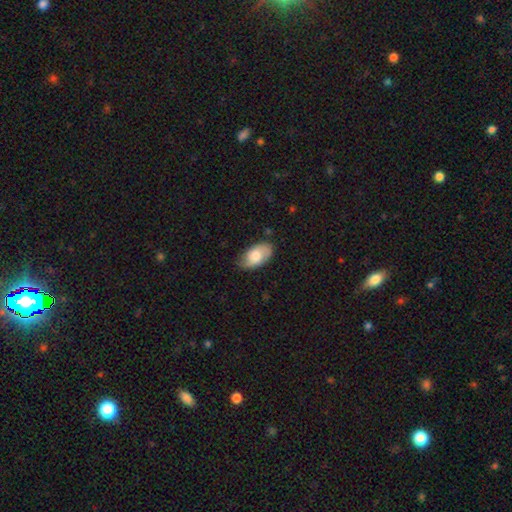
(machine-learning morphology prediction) smooth_or_featured: smooth (p=0.64) [alt: featured or disk p=0.30]
how_rounded: in between (p=0.93) [alt: round p=0.05]
merging: none (p=0.75) [alt: minor disturbance p=0.20]